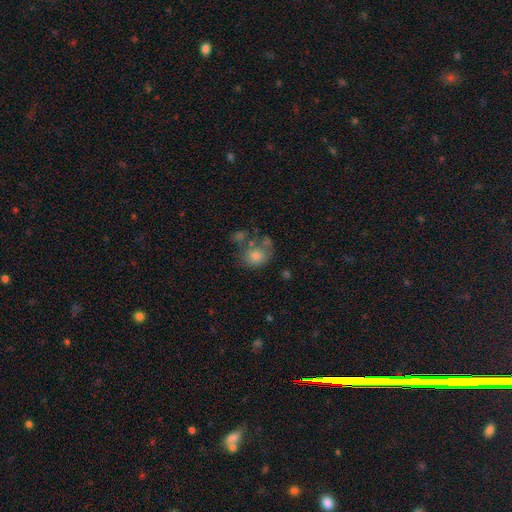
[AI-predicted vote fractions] The model was most divided on "merging": none: 39%, merger: 25%, minor disturbance: 20%, major disturbance: 16%. More confident: smooth or featured — smooth (68%); how rounded — round (60%).